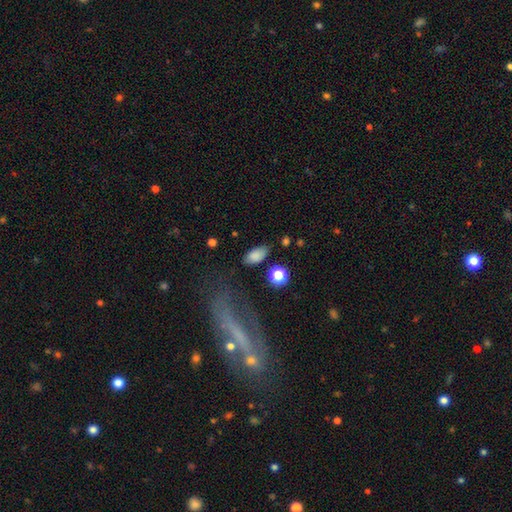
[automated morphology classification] This is clearly a smooth galaxy (83%). How rounded: clearly in between (90%). Merging: likely none (75%).